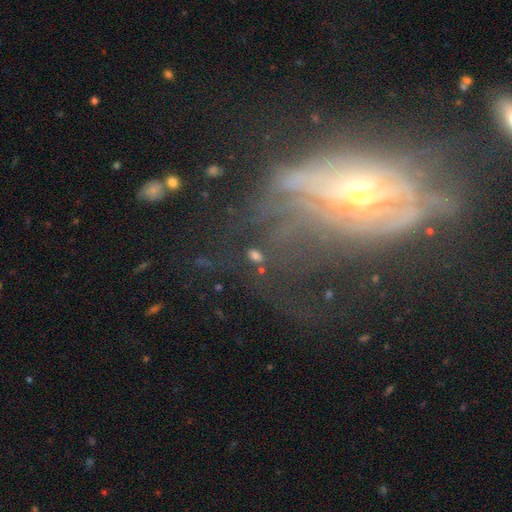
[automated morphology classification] smooth-or-featured: featured or disk: 45% | star or artifact: 32% | smooth: 23%
  merging: none: 65% | minor disturbance: 15% | major disturbance: 12% | merger: 7%